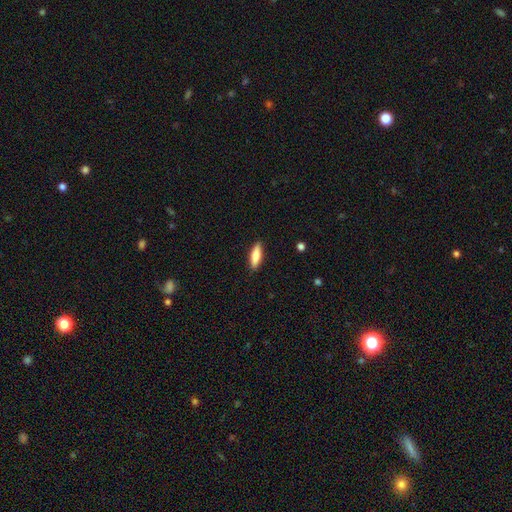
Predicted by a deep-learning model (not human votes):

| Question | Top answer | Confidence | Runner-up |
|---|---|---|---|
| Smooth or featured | smooth | 77% | featured or disk (17%) |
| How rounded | cigar-shaped | 55% | in between (43%) |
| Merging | none | 89% | minor disturbance (8%) |